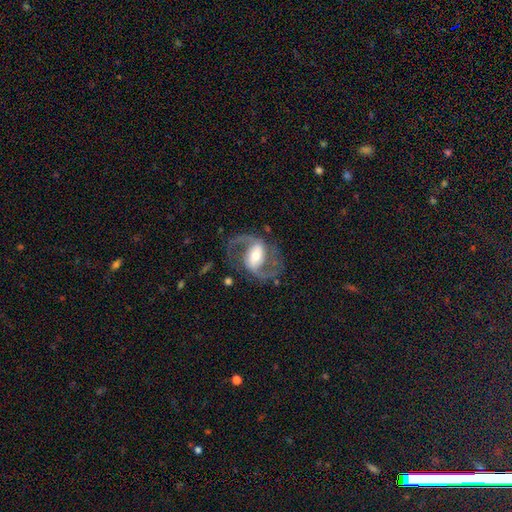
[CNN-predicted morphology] Overall: featured or disk (90%). Edge-on disk: no (97%). Bar: strong (43%; weak 38%). Spiral arms: yes (96%). Spiral arm count: 2 (93%). Spiral winding: medium (55%; loose 35%). Bulge size: moderate (59%; small 25%). Merging: none (77%).